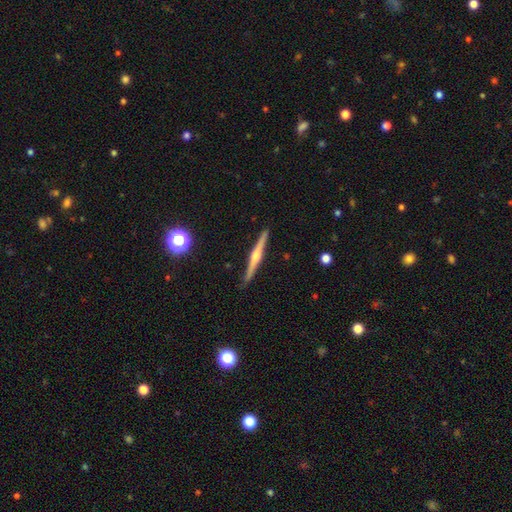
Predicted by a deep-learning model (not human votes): smooth-or-featured: featured or disk: 79% | smooth: 15% | star or artifact: 6%
  disk-edge-on: yes: 98% | no: 2%
    edge-on-bulge: rounded: 86% | boxy: 8% | none: 6%
  merging: none: 92% | minor disturbance: 6% | major disturbance: 1% | merger: 1%